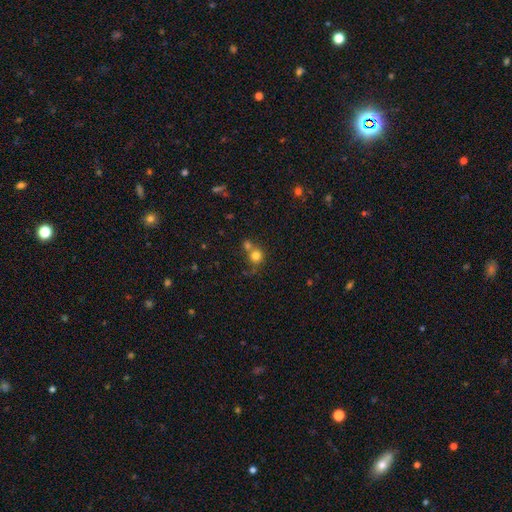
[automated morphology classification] smooth_or_featured: smooth (p=0.76) [alt: star or artifact p=0.14]
how_rounded: round (p=0.88) [alt: in between p=0.11]
merging: merger (p=0.44) [alt: none p=0.43]